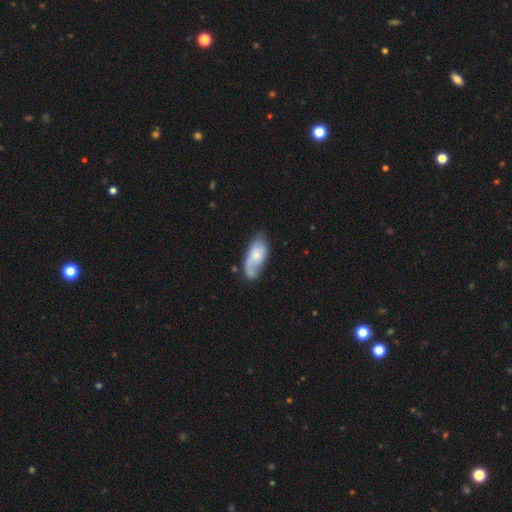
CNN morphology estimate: Smooth or featured? Predicted: smooth (p=0.49). Merging? Predicted: none (p=0.51).